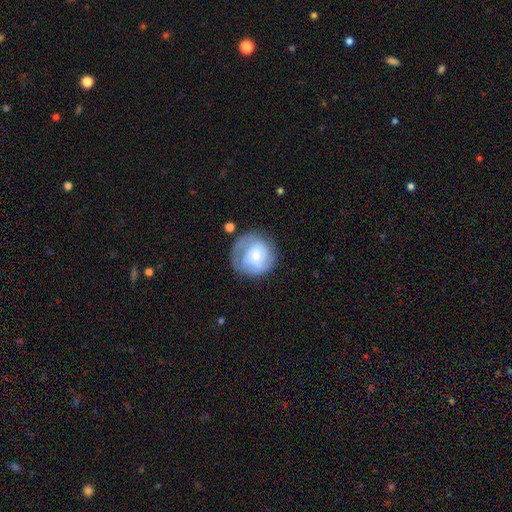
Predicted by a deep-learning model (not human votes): Morphology: type=featured or disk (50%); edge-on=no (98%); merging=none (61%).